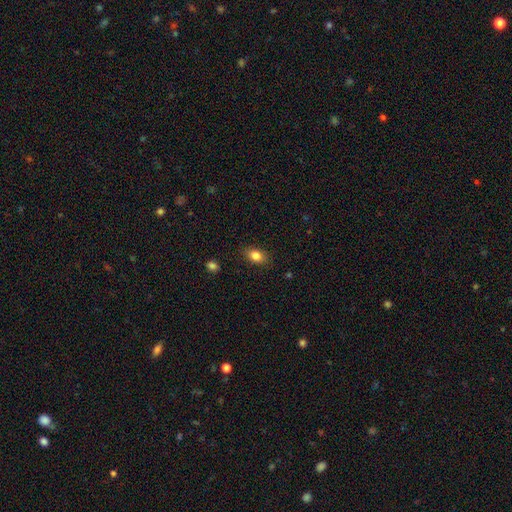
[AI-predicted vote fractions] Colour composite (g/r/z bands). It shows a smooth galaxy with no disk features (84%) that is in between round and cigar-shaped (82%). Merging: none (86%).